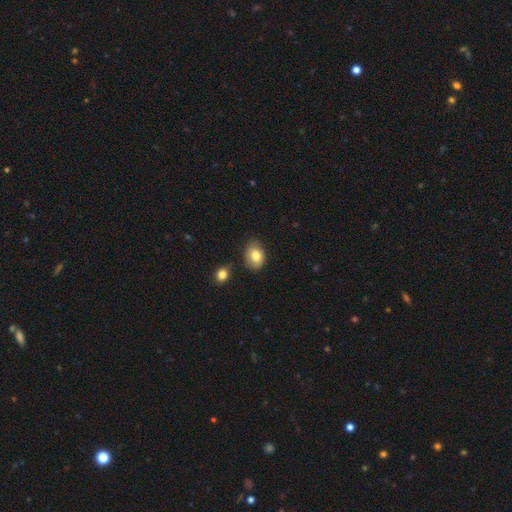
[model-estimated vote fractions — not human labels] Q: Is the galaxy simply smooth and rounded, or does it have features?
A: smooth — 81%.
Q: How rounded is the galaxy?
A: in between — 73%.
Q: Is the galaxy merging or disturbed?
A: none — 80%.